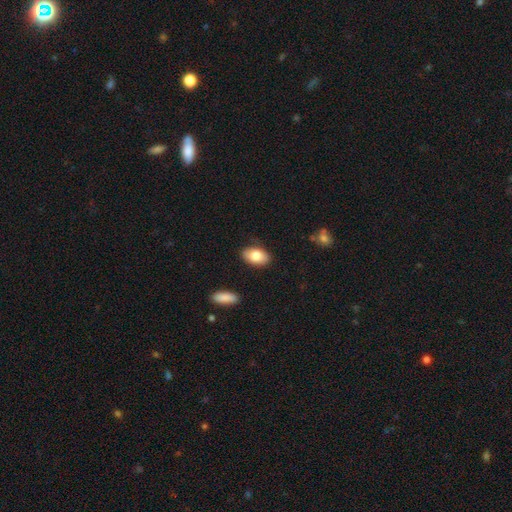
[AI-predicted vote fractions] Smooth or featured: smooth — 81% (featured or disk — 13%)
How rounded: in between — 93% (round — 5%)
Merging: none — 85% (minor disturbance — 11%)